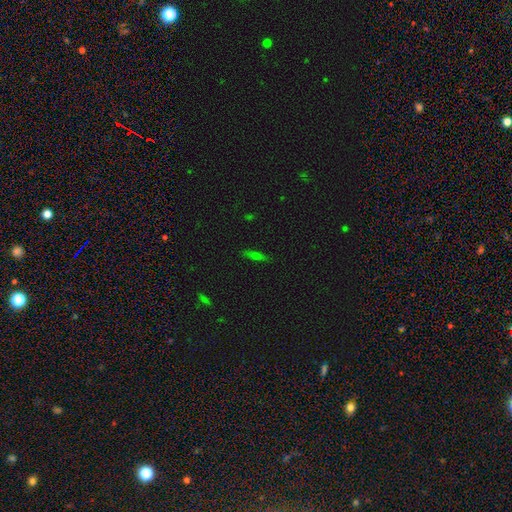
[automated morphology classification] The model was most divided on "smooth or featured": smooth: 49%, featured or disk: 34%, star or artifact: 16%. More confident: merging — none (86%).